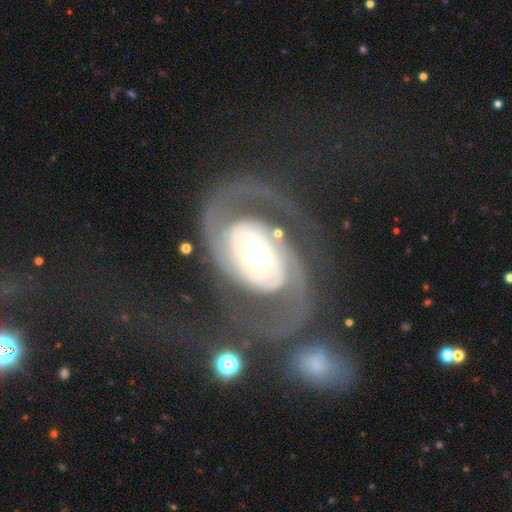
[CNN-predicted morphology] Smooth or featured?
  - featured or disk: 89% *
  - smooth: 7%
  - star or artifact: 5%
Edge-on disk?
  - no: 97% *
  - yes: 3%
Bar?
  - no: 69% *
  - weak: 19%
  - strong: 12%
Spiral arms?
  - yes: 91% *
  - no: 9%
Spiral winding?
  - medium: 41% * (tied)
  - tight: 41% * (tied)
  - loose: 19%
Spiral arm count?
  - 2: 83% *
  - can't tell: 6%
  - 1: 4%
  - 3: 3%
  - 4: 2%
  - more than 4: 2%
Bulge size?
  - moderate: 46% *
  - large: 39%
  - dominant: 8%
  - small: 5%
  - none: 1%
Merging?
  - none: 69% *
  - major disturbance: 16%
  - minor disturbance: 12%
  - merger: 3%